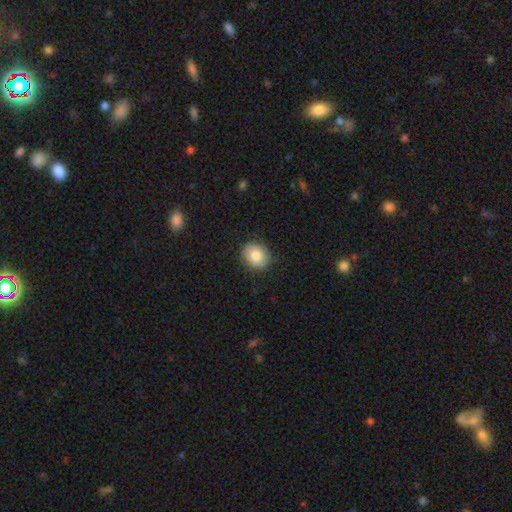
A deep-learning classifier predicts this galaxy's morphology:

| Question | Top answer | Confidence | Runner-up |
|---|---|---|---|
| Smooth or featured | smooth | 83% | featured or disk (9%) |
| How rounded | round | 68% | in between (31%) |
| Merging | none | 85% | minor disturbance (11%) |